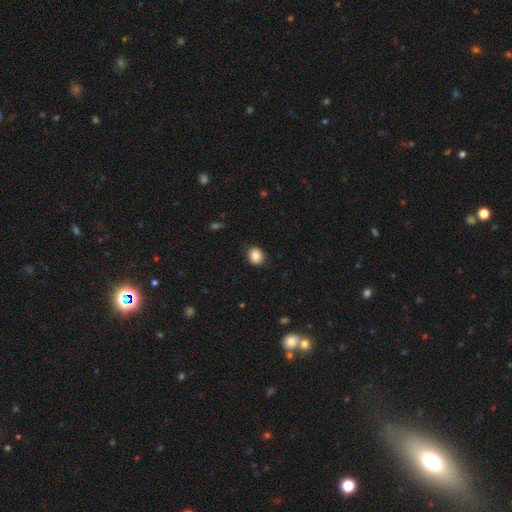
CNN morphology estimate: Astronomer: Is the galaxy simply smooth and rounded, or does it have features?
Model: smooth — 86%.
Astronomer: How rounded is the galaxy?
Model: round — 66%.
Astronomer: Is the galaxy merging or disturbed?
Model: none — 87%.